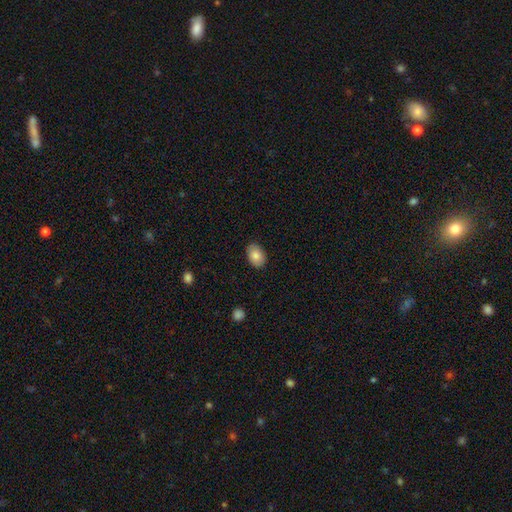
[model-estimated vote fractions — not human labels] Smooth or featured? smooth (84%)
How rounded? in between (84%)
Merging? none (88%)